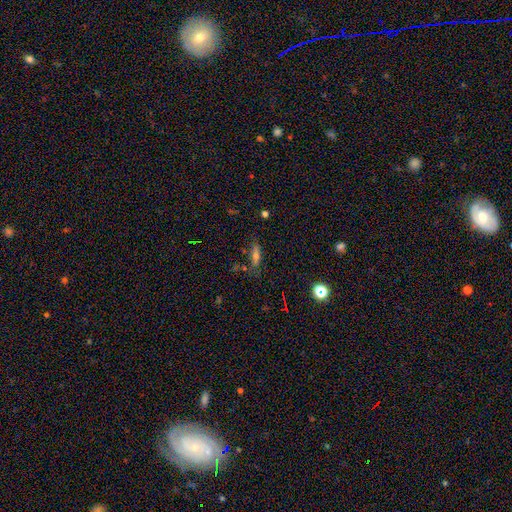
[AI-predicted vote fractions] Smooth or featured: smooth — 53% (featured or disk — 30%)
How rounded: cigar-shaped — 50% (in between — 44%)
Merging: none — 73% (minor disturbance — 17%)